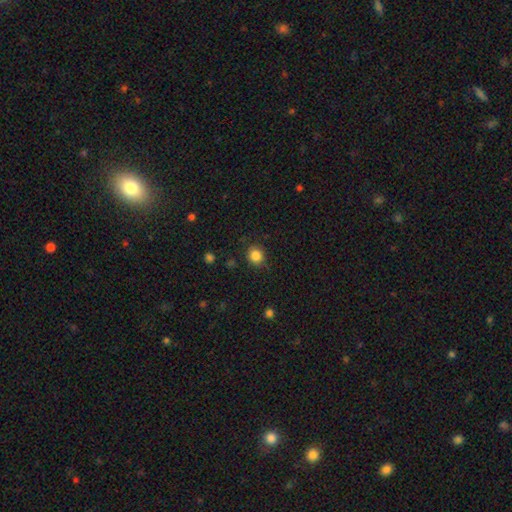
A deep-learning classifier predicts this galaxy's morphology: smooth-or-featured: smooth: 84% | star or artifact: 11% | featured or disk: 4%
  how-rounded: round: 85% | in between: 14% | cigar-shaped: 1%
  merging: none: 83% | minor disturbance: 12% | major disturbance: 3% | merger: 2%